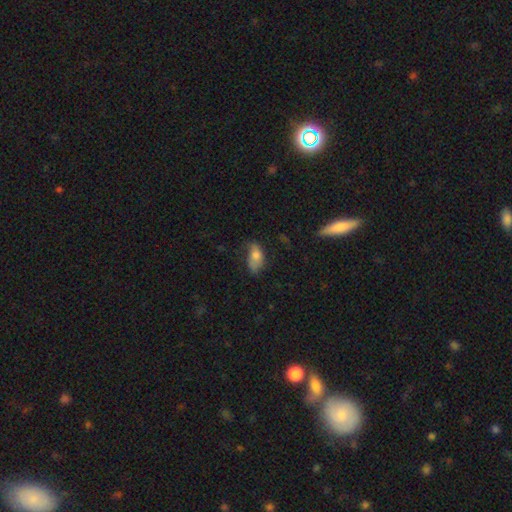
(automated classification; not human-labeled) smooth-or-featured: smooth: 72% | featured or disk: 19% | star or artifact: 9%
  how-rounded: in between: 90% | round: 5% | cigar-shaped: 5%
  merging: none: 46% | minor disturbance: 35% | major disturbance: 17% | merger: 3%